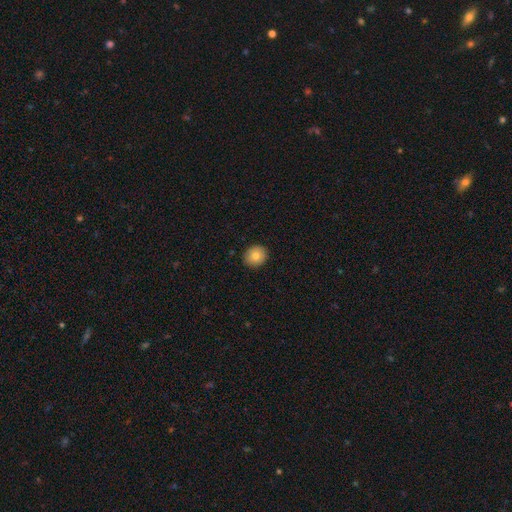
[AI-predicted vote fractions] Smooth or featured?
  - smooth: 78% *
  - featured or disk: 13%
  - star or artifact: 8%
How rounded?
  - round: 81% *
  - in between: 18%
  - cigar-shaped: 1%
Merging?
  - none: 91% *
  - minor disturbance: 6%
  - major disturbance: 2%
  - merger: 1%